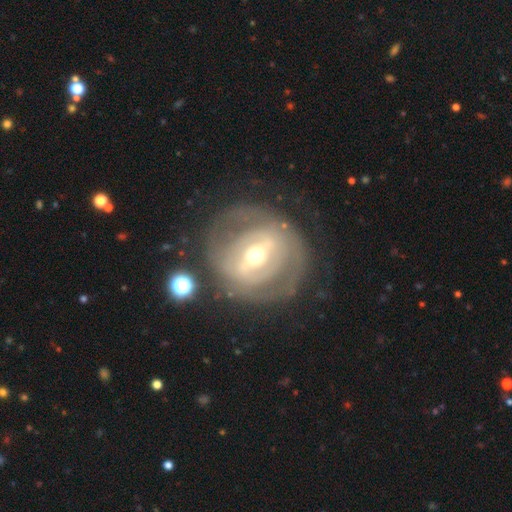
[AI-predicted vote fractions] The model was most divided on "bar": strong: 50%, weak: 35%, no: 15%. More confident: edge-on disk — no (94%); smooth or featured — featured or disk (80%); merging — none (74%); spiral arms — yes (61%); bulge size — moderate (59%).